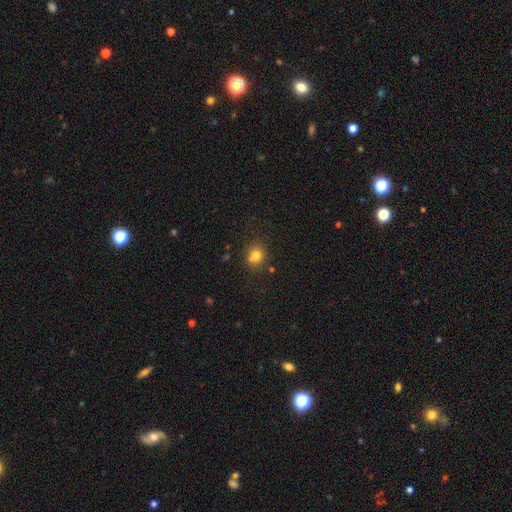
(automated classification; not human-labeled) This appears to be a smooth galaxy with no disk features (79%) that is round (77%). Merging: none (70%).